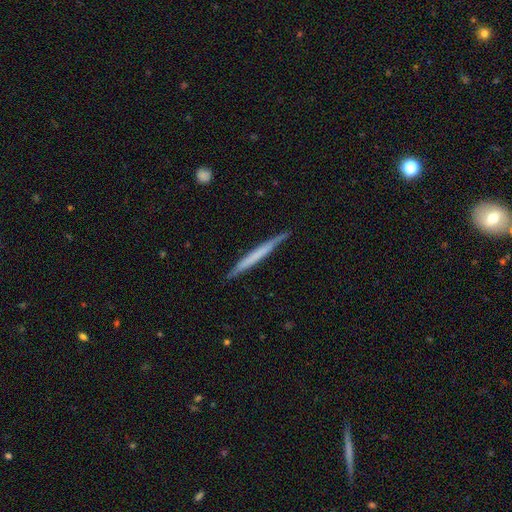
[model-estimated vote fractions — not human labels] Smooth or featured?
  - smooth: 48% *
  - featured or disk: 47%
  - star or artifact: 5%
Merging?
  - none: 87% *
  - minor disturbance: 10%
  - major disturbance: 2%
  - merger: 1%